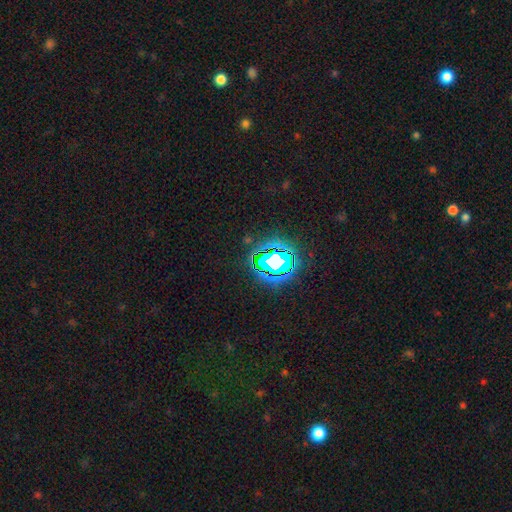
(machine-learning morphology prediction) A star or artifact, not a galaxy (77%).

Vote fractions:
- Smooth or featured? star or artifact: 77% / smooth: 14% / featured or disk: 9%